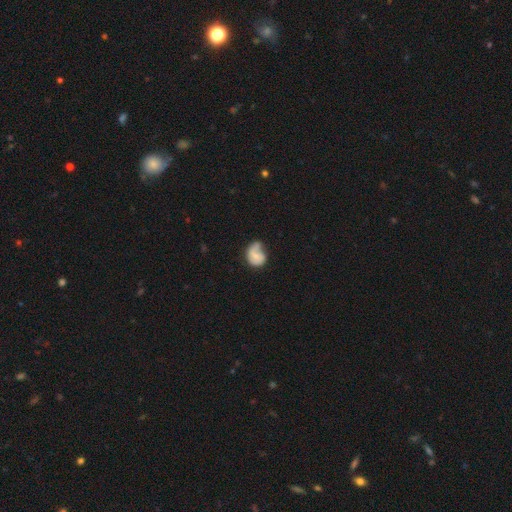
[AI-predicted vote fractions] Smooth or featured?
  - featured or disk: 46% * (tied)
  - smooth: 46% * (tied)
  - star or artifact: 7%
Merging?
  - minor disturbance: 36% *
  - none: 35%
  - major disturbance: 23%
  - merger: 6%